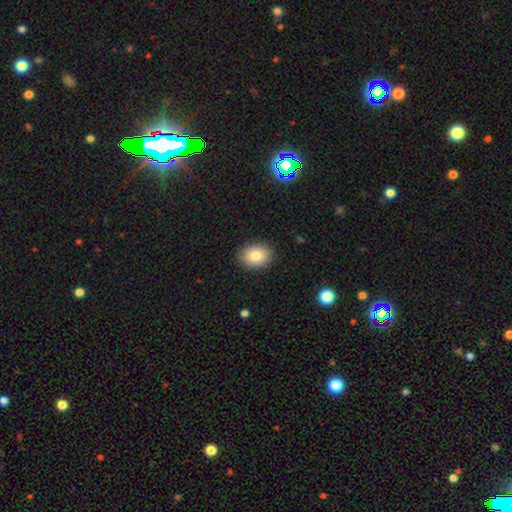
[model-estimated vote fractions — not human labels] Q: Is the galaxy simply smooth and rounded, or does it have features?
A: smooth — 81%.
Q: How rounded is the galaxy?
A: in between — 52%.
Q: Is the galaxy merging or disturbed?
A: none — 89%.